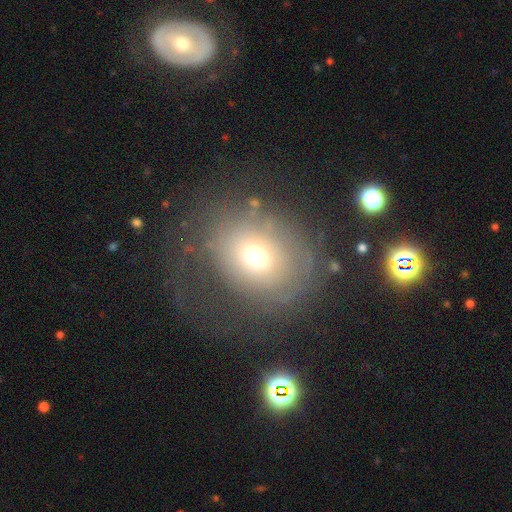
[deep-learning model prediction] A smooth galaxy with no disk features (58%) that is round (63%). Merging: none (50%).